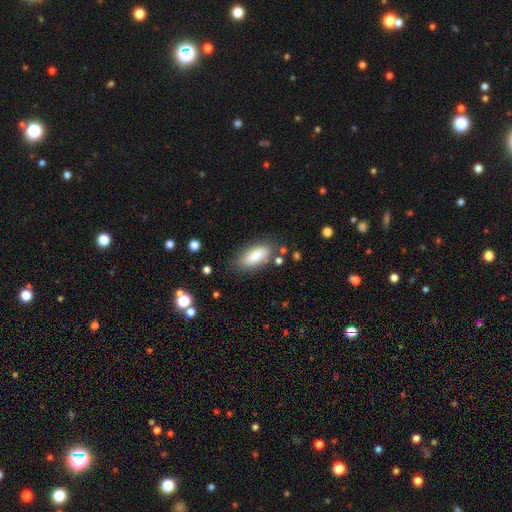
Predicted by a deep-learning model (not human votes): Morphology: type=smooth (83%); roundness=in between (83%); merging=none (76%).